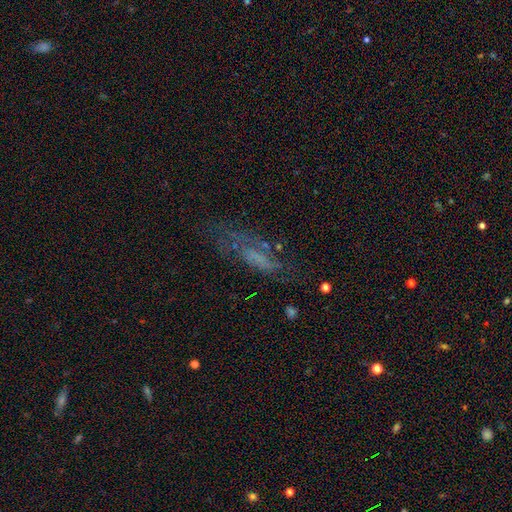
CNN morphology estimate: smooth_or_featured: featured or disk (p=0.44) [alt: smooth p=0.36]
merging: none (p=0.54) [alt: minor disturbance p=0.23]